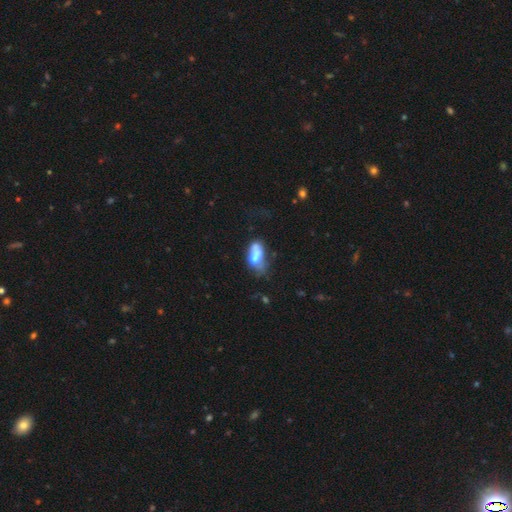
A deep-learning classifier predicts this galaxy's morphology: smooth 57%, featured or disk 33%, star or artifact 10%. Down the decision tree: how rounded — in between (85%); merging — none (27%).